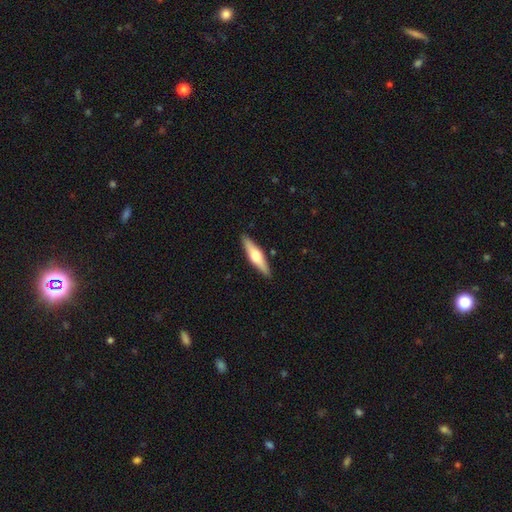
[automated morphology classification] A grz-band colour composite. It shows a featured or disk galaxy (53%) viewed edge-on (95%) with a rounded central bulge (92%). Merging: none (90%).